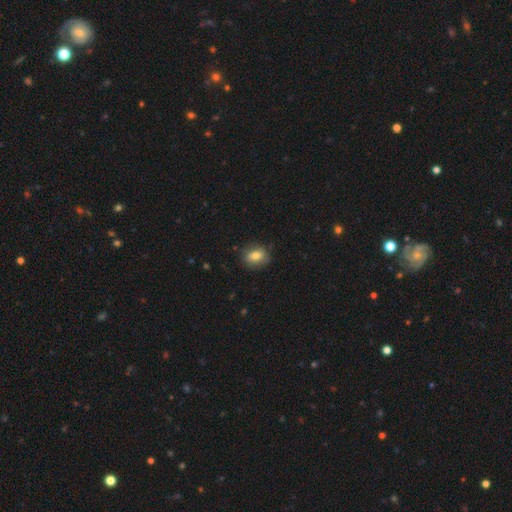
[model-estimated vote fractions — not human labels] smooth_or_featured: smooth (p=0.72) [alt: featured or disk p=0.18]
how_rounded: round (p=0.52) [alt: in between p=0.47]
merging: none (p=0.80) [alt: minor disturbance p=0.16]